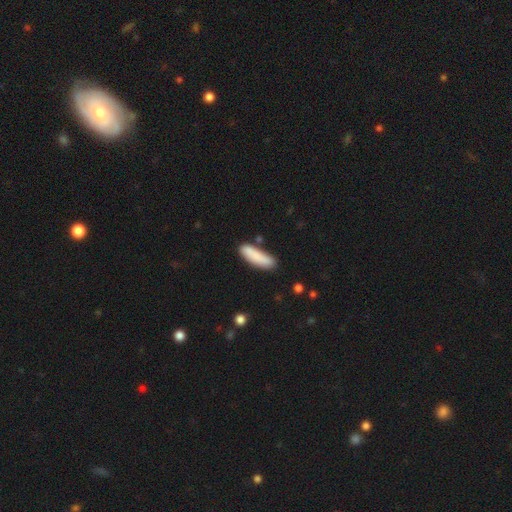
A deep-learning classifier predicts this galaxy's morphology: A smooth galaxy with no disk features (84%) that is cigar-shaped (61%). Merging: none (73%).